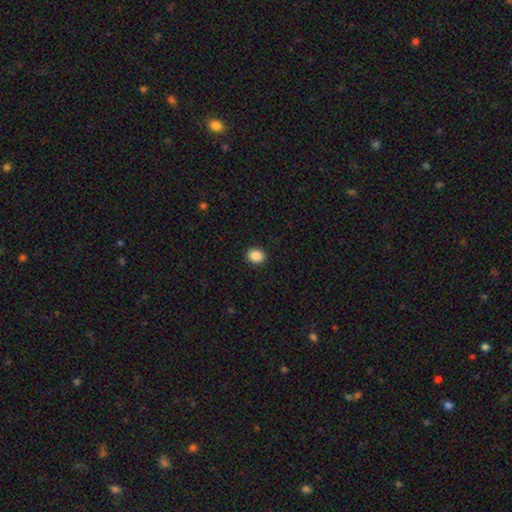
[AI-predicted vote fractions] A smooth galaxy with no disk features (89%) that is in between round and cigar-shaped (50%).

Vote fractions:
- Smooth or featured? smooth: 89% / star or artifact: 9% / featured or disk: 3%
- How rounded? in between: 50% / round: 49% / cigar-shaped: 1%
- Merging? none: 91% / minor disturbance: 6% / major disturbance: 2% / merger: 1%